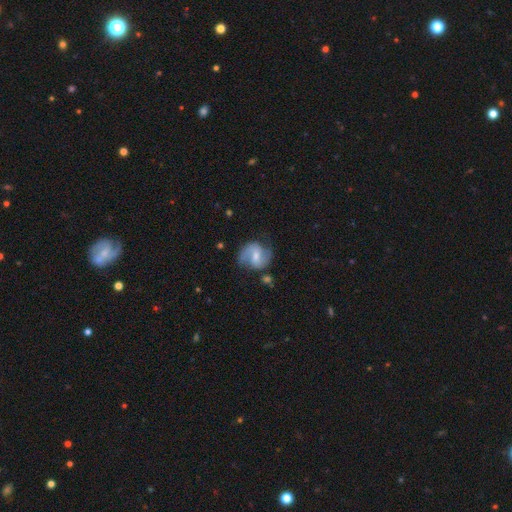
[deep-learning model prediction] Overall: featured or disk (71%). Edge-on disk: no (97%). Bar: weak (53%; no 24%). Spiral arms: yes (92%). Spiral arm count: 2 (86%). Spiral winding: medium (48%; loose 34%). Bulge size: moderate (48%; small 40%). Merging: none (67%).